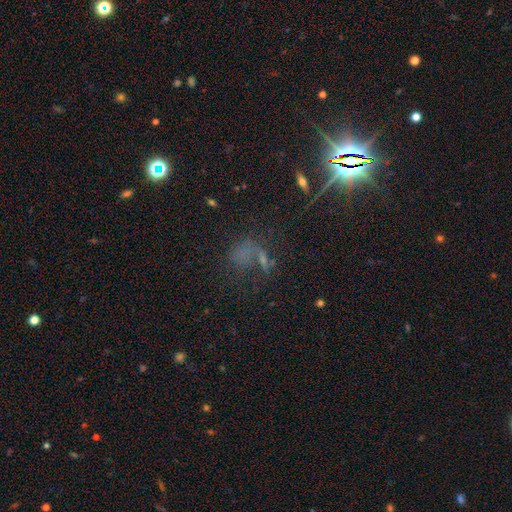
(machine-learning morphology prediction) Smooth or featured? Predicted: star or artifact (p=0.52).